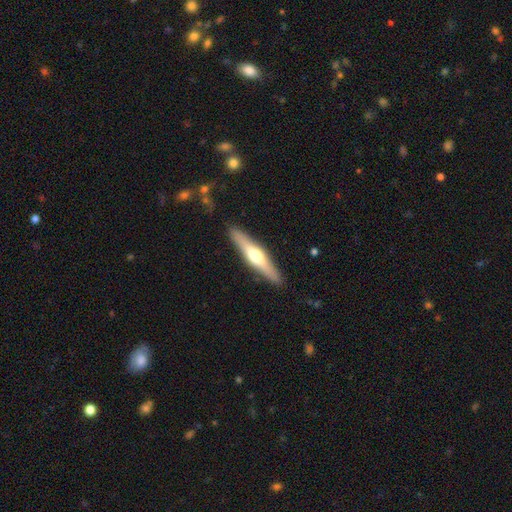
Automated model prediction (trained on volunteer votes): Smooth or featured? featured or disk (58%)
Edge-on disk? yes (94%)
Edge-on bulge? rounded (89%)
Merging? none (90%)